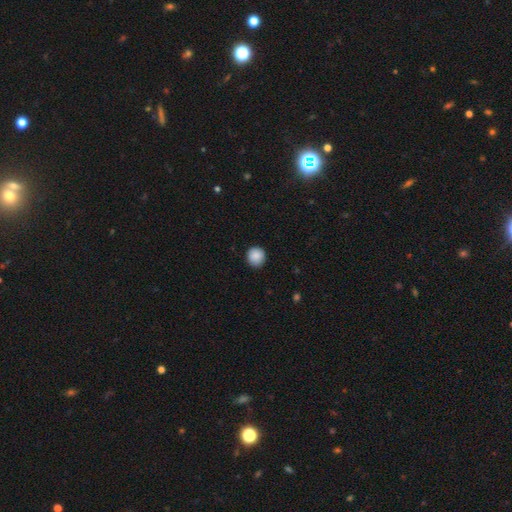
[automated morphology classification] A smooth galaxy with no disk features (89%) that is round (92%).

Vote fractions:
- Smooth or featured? smooth: 89% / star or artifact: 8% / featured or disk: 3%
- How rounded? round: 92% / in between: 7% / cigar-shaped: 1%
- Merging? none: 90% / minor disturbance: 8% / major disturbance: 2% / merger: 1%